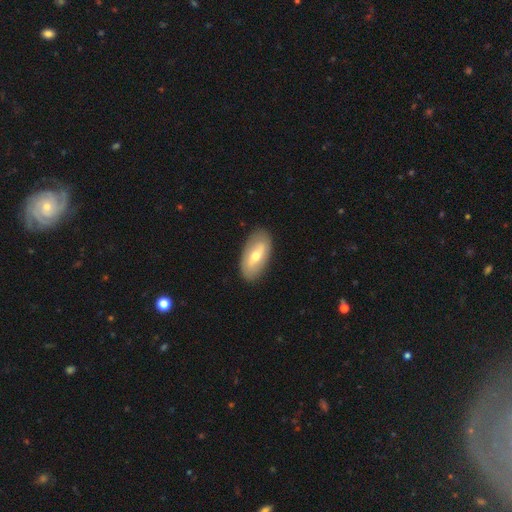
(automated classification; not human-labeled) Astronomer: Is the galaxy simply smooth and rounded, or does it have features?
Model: featured or disk — 49% (runner-up: smooth, 46%).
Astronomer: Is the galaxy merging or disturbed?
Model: none — 87%.